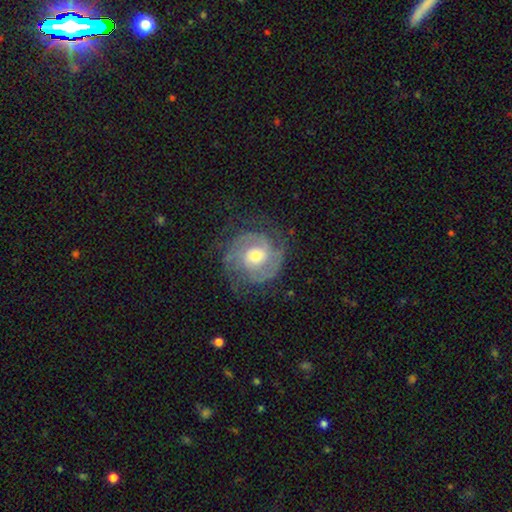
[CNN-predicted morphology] Q: Smooth or featured?
A: featured or disk (86%); runner-up: smooth (9%)
Q: Edge-on disk?
A: no (98%); runner-up: yes (2%)
Q: Bar?
A: no (59%); runner-up: weak (33%)
Q: Spiral arms?
A: yes (96%); runner-up: no (4%)
Q: Spiral winding?
A: tight (60%); runner-up: medium (33%)
Q: Spiral arm count?
A: 2 (55%); runner-up: 3 (17%)
Q: Bulge size?
A: moderate (61%); runner-up: small (32%)
Q: Merging?
A: none (75%); runner-up: minor disturbance (16%)